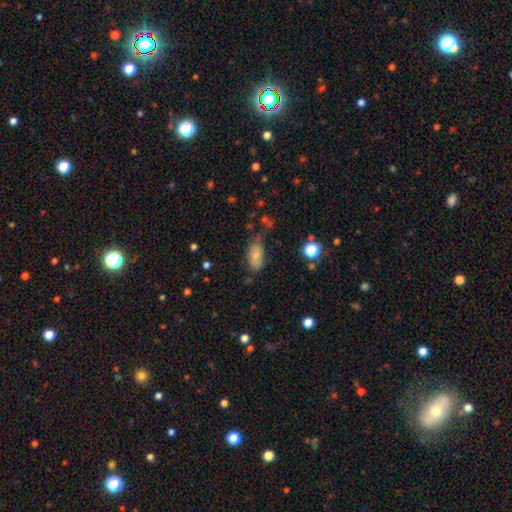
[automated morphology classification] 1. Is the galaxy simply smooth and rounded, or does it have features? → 73% smooth, 17% featured or disk, 10% star or artifact.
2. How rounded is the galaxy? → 91% in between, 6% round, 3% cigar-shaped.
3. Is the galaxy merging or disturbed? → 52% none, 29% minor disturbance, 12% major disturbance, 7% merger.